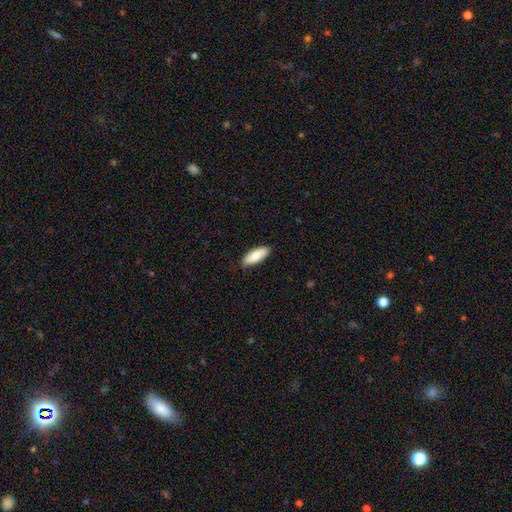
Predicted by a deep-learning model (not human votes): Smooth or featured? Predicted: smooth (p=0.82). How rounded? Predicted: in between (p=0.71). Merging? Predicted: none (p=0.88).